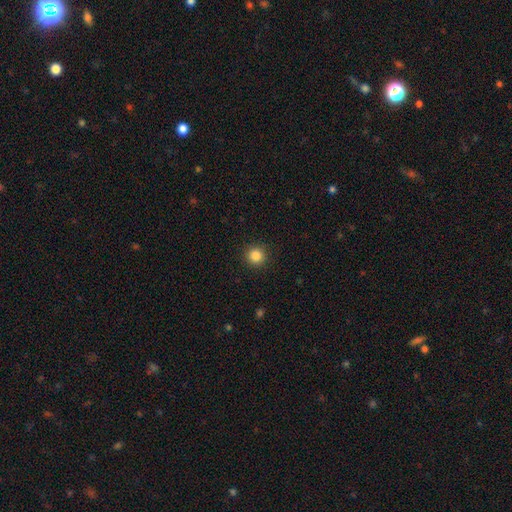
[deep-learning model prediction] A smooth galaxy with no disk features (85%) that is round (94%).

Vote fractions:
- Smooth or featured? smooth: 85% / star or artifact: 11% / featured or disk: 4%
- How rounded? round: 94% / in between: 5% / cigar-shaped: 1%
- Merging? none: 92% / minor disturbance: 5% / major disturbance: 2% / merger: 1%